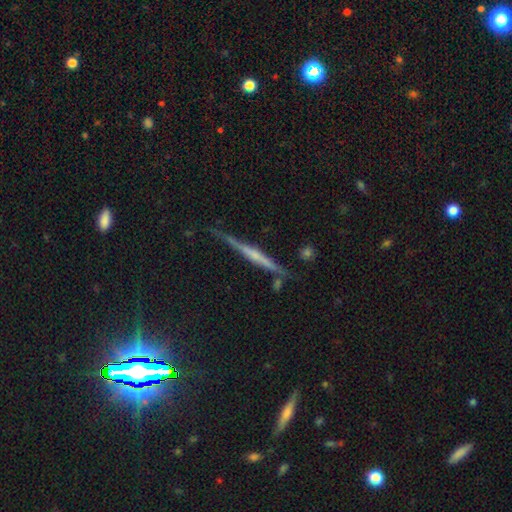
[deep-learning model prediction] The model was most divided on "edge-on bulge" (2-way tie): rounded: 42%, none: 42%, boxy: 15%. More confident: edge-on disk — yes (97%); merging — none (79%); smooth or featured — featured or disk (68%).